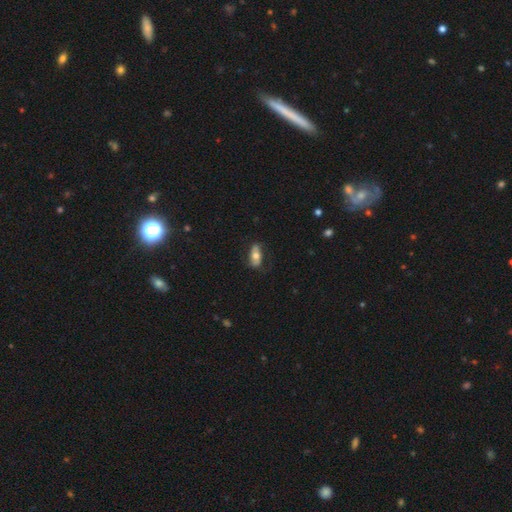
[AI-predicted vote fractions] Smooth or featured: smooth — 62% (featured or disk — 31%)
How rounded: in between — 86% (cigar-shaped — 10%)
Merging: none — 72% (minor disturbance — 20%)